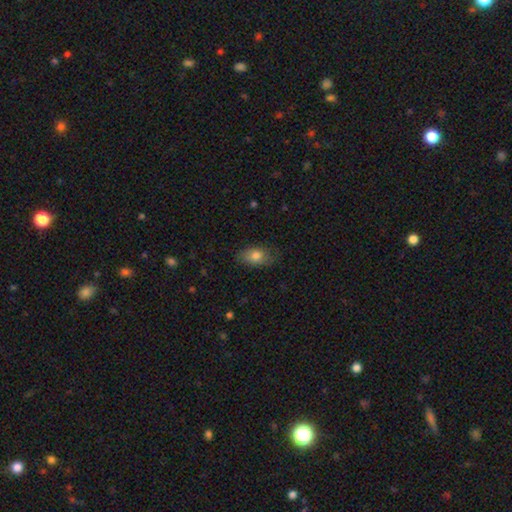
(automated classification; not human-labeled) smooth 79%, featured or disk 13%, star or artifact 8%. Down the decision tree: how rounded — in between (87%); merging — none (76%).